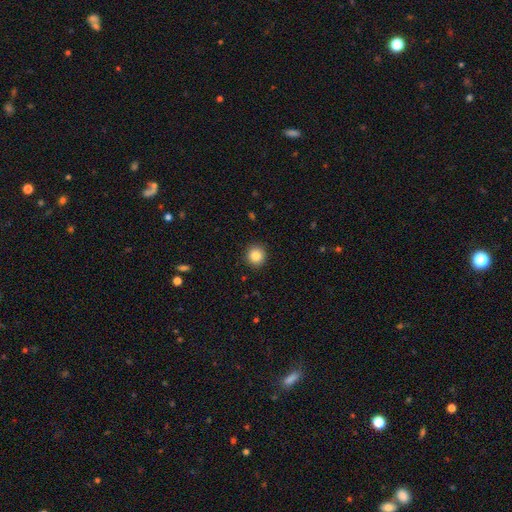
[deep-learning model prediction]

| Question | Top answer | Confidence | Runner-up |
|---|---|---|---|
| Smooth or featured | smooth | 85% | star or artifact (10%) |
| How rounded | round | 93% | in between (6%) |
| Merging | none | 92% | minor disturbance (5%) |